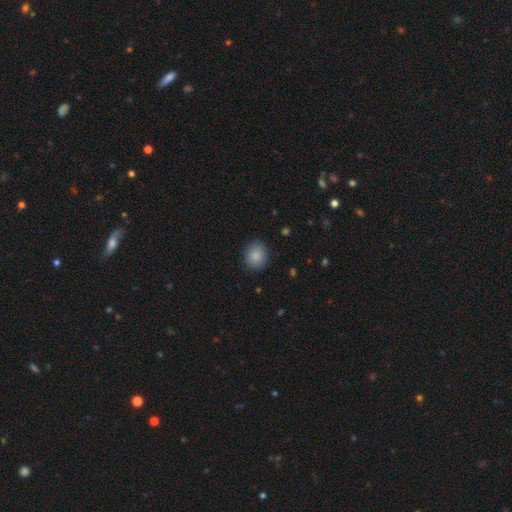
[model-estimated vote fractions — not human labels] smooth 87%, star or artifact 8%, featured or disk 5%. Down the decision tree: how rounded — round (67%); merging — none (86%).